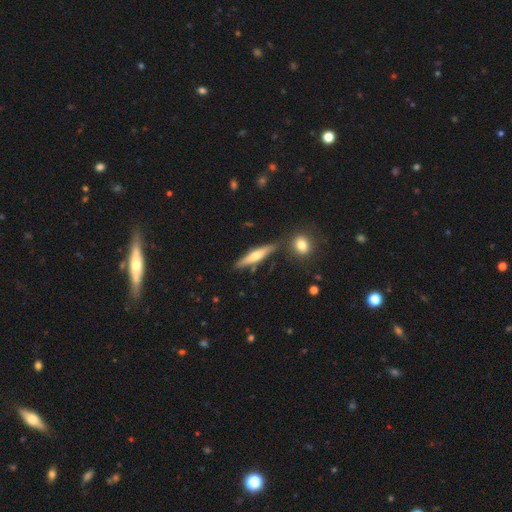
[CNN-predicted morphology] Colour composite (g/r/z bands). It shows a smooth galaxy with no disk features (50%). Merging: none (79%).